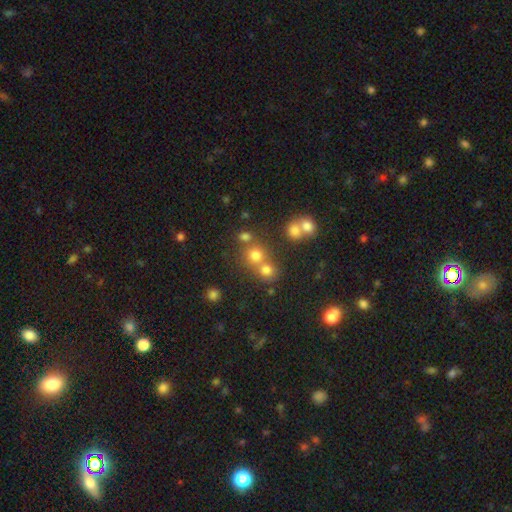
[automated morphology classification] smooth-or-featured: smooth: 71% | star or artifact: 19% | featured or disk: 9%
  how-rounded: round: 89% | in between: 10% | cigar-shaped: 1%
  merging: none: 58% | merger: 32% | minor disturbance: 7% | major disturbance: 3%